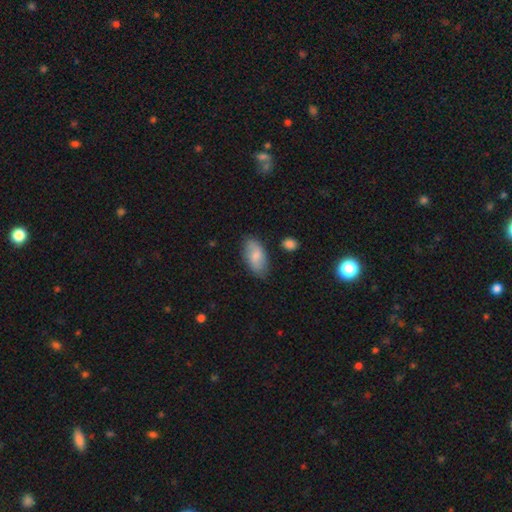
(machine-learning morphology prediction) Smooth or featured?
  - smooth: 67% *
  - featured or disk: 26%
  - star or artifact: 6%
How rounded?
  - in between: 93% *
  - cigar-shaped: 4%
  - round: 3%
Merging?
  - none: 75% *
  - minor disturbance: 19%
  - major disturbance: 4%
  - merger: 3%